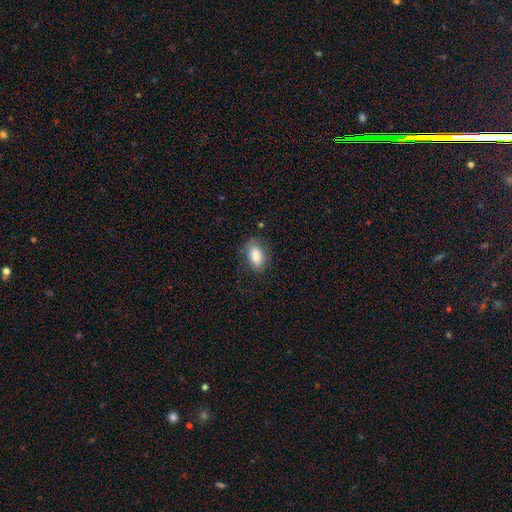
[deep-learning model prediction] smooth 83%, featured or disk 10%, star or artifact 8%. Down the decision tree: how rounded — in between (89%); merging — none (66%).